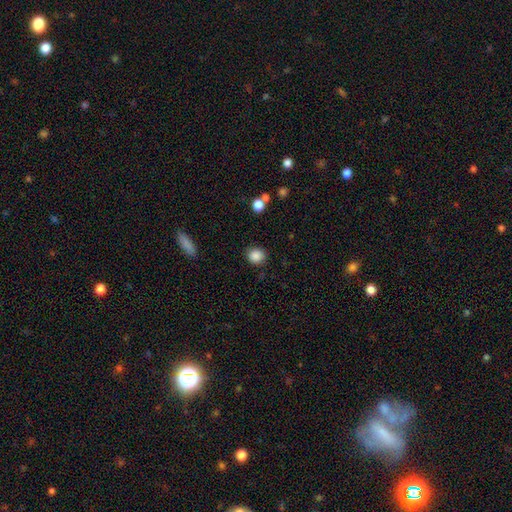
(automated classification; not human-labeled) Smooth or featured?
  - smooth: 87% *
  - star or artifact: 10%
  - featured or disk: 4%
How rounded?
  - round: 84% *
  - in between: 15%
  - cigar-shaped: 1%
Merging?
  - none: 85% *
  - minor disturbance: 10%
  - major disturbance: 3%
  - merger: 2%